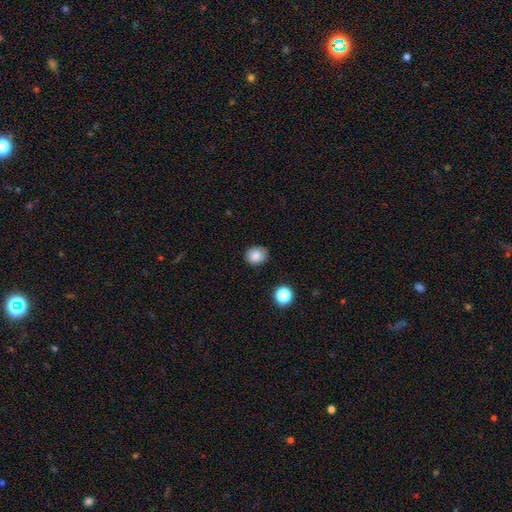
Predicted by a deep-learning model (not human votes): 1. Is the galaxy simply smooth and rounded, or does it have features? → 84% smooth, 10% star or artifact, 6% featured or disk.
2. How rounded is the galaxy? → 66% round, 33% in between, 1% cigar-shaped.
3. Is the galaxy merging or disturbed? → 81% none, 14% minor disturbance, 3% major disturbance, 2% merger.